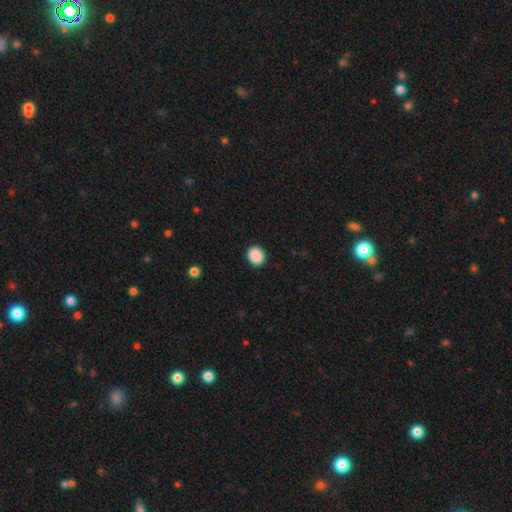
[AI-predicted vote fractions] A smooth galaxy with no disk features (90%) that is round (72%).

Vote fractions:
- Smooth or featured? smooth: 90% / star or artifact: 8% / featured or disk: 2%
- How rounded? round: 72% / in between: 27% / cigar-shaped: 1%
- Merging? none: 92% / minor disturbance: 5% / major disturbance: 2% / merger: 1%